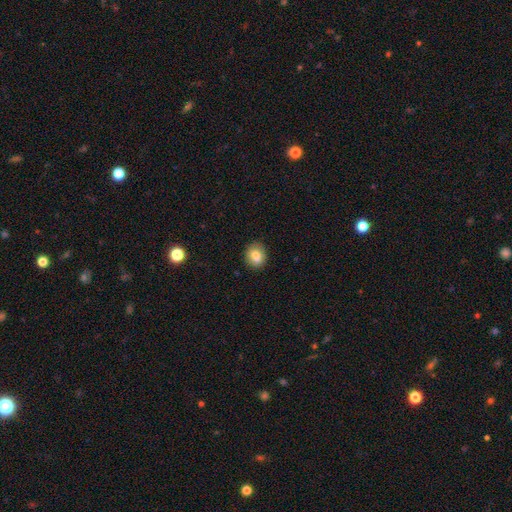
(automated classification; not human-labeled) Smooth or featured?
  - smooth: 78% *
  - featured or disk: 13%
  - star or artifact: 9%
How rounded?
  - round: 62% *
  - in between: 37%
  - cigar-shaped: 1%
Merging?
  - none: 75% *
  - minor disturbance: 14%
  - merger: 7%
  - major disturbance: 3%